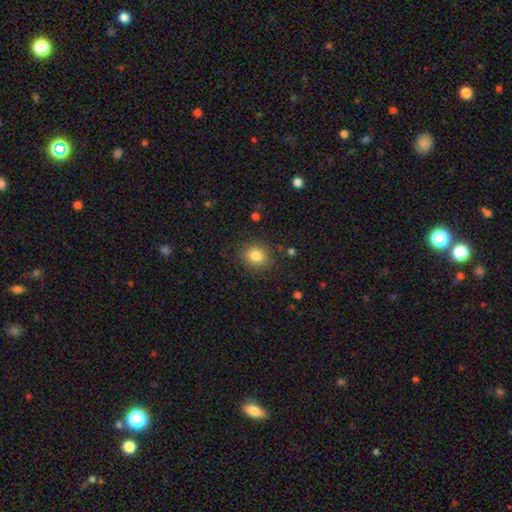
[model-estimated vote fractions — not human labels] Overall: smooth (83%). How rounded: round (78%). Merging: none (86%).